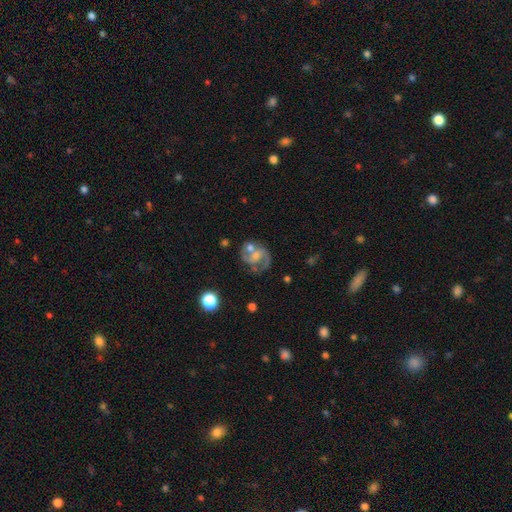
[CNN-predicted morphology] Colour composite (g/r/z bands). It shows a featured or disk galaxy (77%) with no bar (53%), 2 (74%) medium (52%) spiral arms (88%) and a small central bulge (46%). Merging: none (46%).